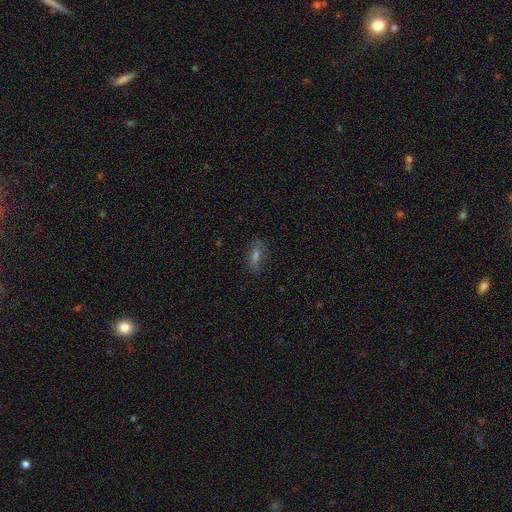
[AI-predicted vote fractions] Q: Smooth or featured?
A: smooth (55%); runner-up: featured or disk (24%)
Q: How rounded?
A: in between (70%); runner-up: cigar-shaped (24%)
Q: Merging?
A: none (78%); runner-up: minor disturbance (15%)